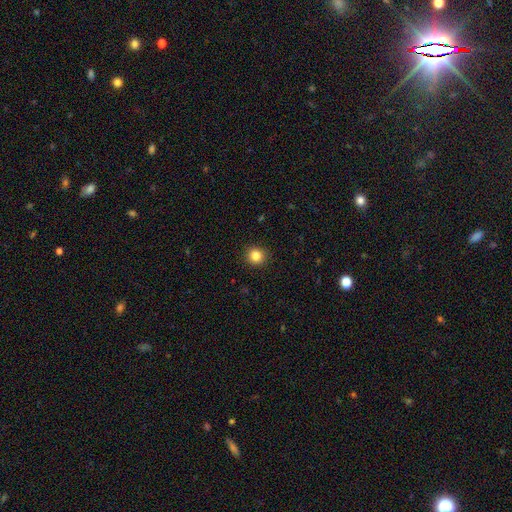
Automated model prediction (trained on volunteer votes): Overall: smooth (84%). How rounded: round (92%). Merging: none (92%).